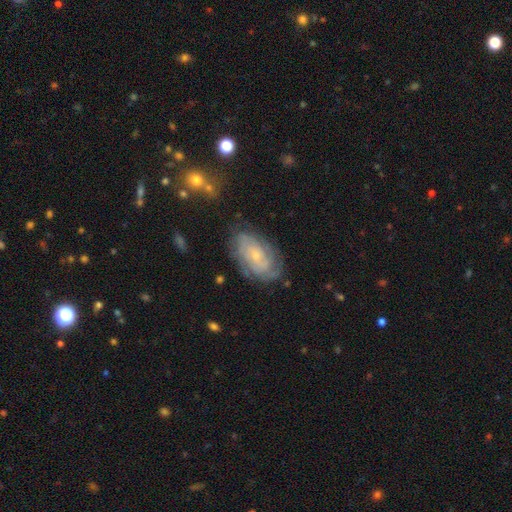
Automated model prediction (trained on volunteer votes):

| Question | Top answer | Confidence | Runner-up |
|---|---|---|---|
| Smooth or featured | featured or disk | 66% | smooth (26%) |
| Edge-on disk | no | 95% | yes (5%) |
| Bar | no | 77% | weak (20%) |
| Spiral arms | yes | 82% | no (18%) |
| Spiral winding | tight | 66% | medium (26%) |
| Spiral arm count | can't tell | 56% | 2 (20%) |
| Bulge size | small | 74% | moderate (21%) |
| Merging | none | 70% | minor disturbance (21%) |